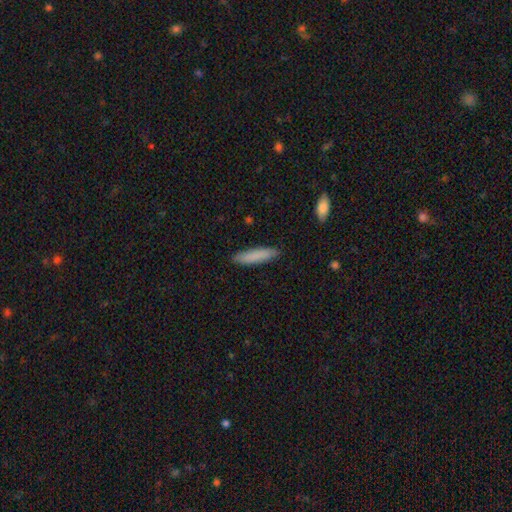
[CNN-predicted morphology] A smooth galaxy with no disk features (84%) that is cigar-shaped (85%).

Vote fractions:
- Smooth or featured? smooth: 84% / featured or disk: 10% / star or artifact: 6%
- How rounded? cigar-shaped: 85% / in between: 14% / round: 1%
- Merging? none: 89% / minor disturbance: 9% / major disturbance: 2% / merger: 1%